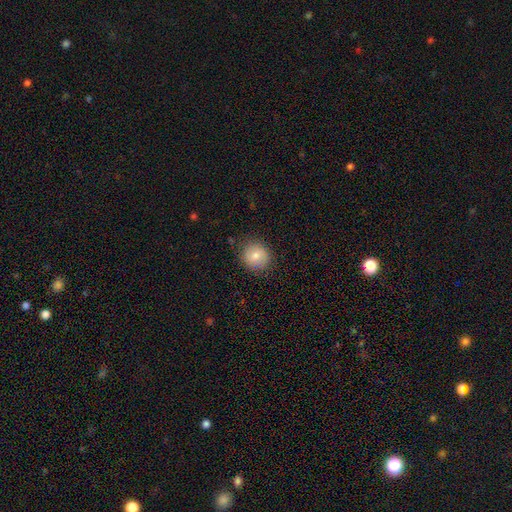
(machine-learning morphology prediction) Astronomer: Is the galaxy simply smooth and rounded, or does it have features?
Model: smooth — 80%.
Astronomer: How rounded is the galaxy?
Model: round — 89%.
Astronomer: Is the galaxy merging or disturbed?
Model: none — 86%.